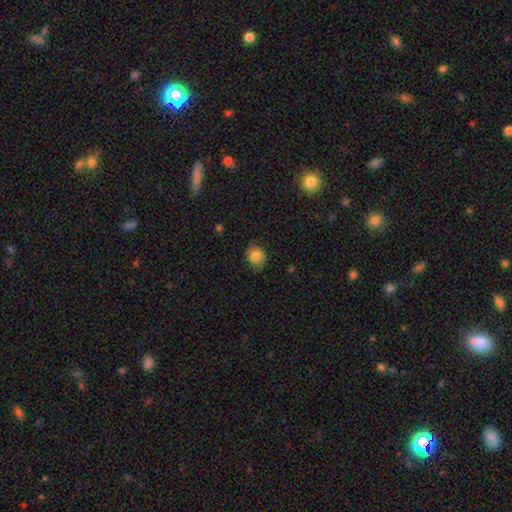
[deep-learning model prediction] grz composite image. It shows a smooth galaxy with no disk features (81%) that is round (63%). Merging: none (79%).